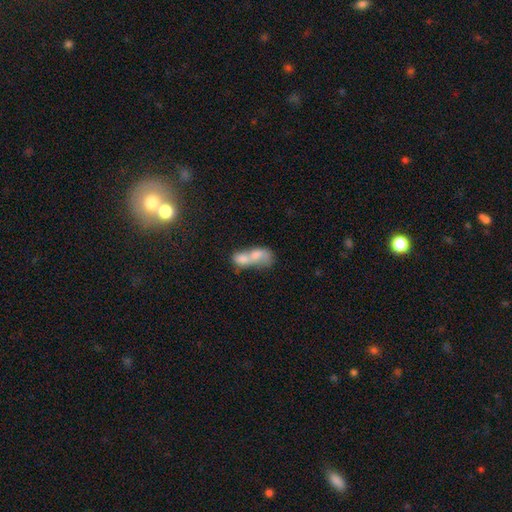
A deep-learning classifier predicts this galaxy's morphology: A smooth galaxy with no disk features (65%) that is in between round and cigar-shaped (75%). Merging: merger (78%).